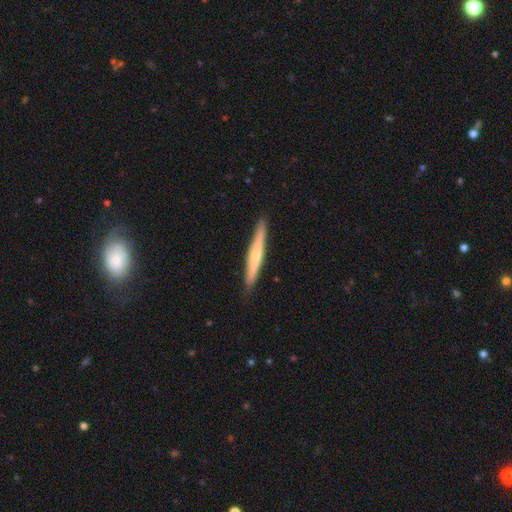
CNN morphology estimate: The model was most divided on "smooth or featured": featured or disk: 57%, smooth: 37%, star or artifact: 6%. More confident: edge-on disk — yes (95%); merging — none (90%); edge-on bulge — rounded (68%).